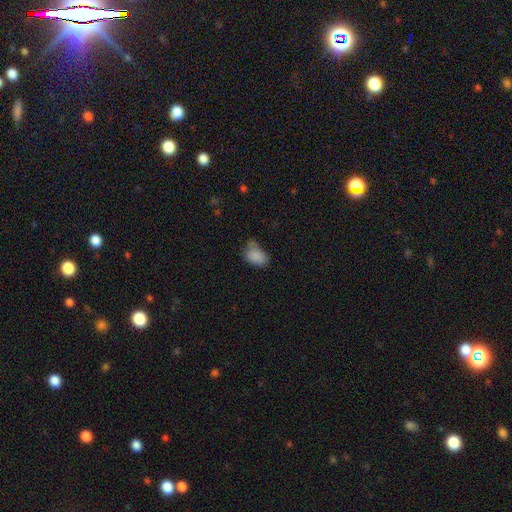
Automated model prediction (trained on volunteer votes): smooth_or_featured: smooth (p=0.84) [alt: star or artifact p=0.10]
how_rounded: in between (p=0.88) [alt: round p=0.11]
merging: none (p=0.46) [alt: minor disturbance p=0.35]